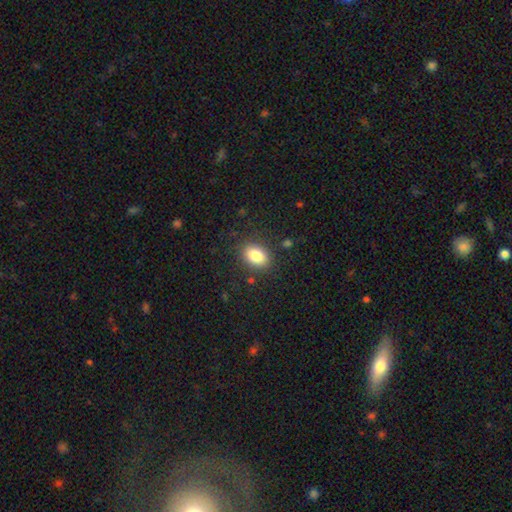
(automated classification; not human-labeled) Smooth or featured? Predicted: smooth (p=0.84). How rounded? Predicted: in between (p=0.77). Merging? Predicted: none (p=0.85).